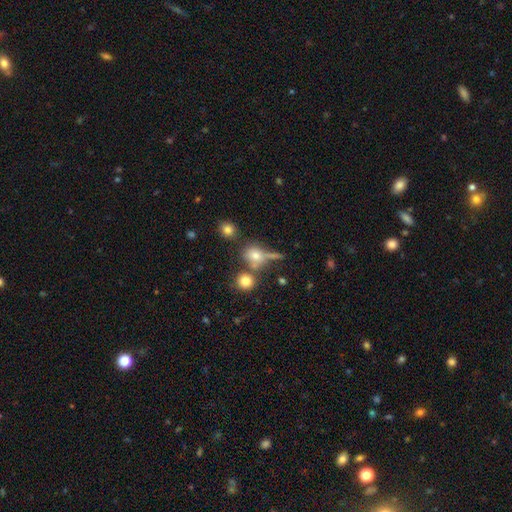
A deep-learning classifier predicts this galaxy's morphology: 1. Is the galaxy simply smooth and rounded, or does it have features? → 63% smooth, 20% featured or disk, 17% star or artifact.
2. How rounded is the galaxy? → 64% round, 30% in between, 6% cigar-shaped.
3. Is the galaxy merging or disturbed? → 49% none, 26% merger, 14% minor disturbance, 11% major disturbance.